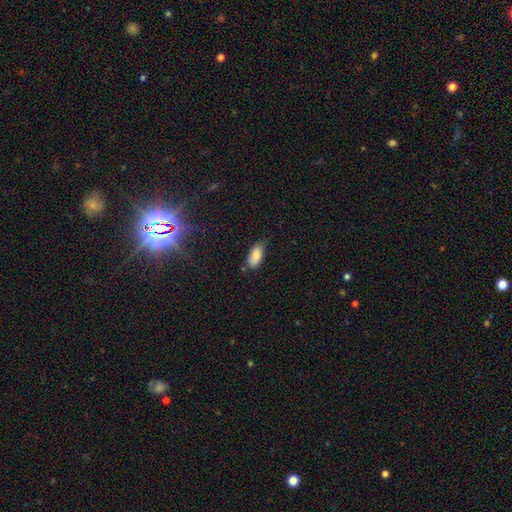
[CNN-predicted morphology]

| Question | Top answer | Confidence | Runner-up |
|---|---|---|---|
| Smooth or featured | smooth | 84% | featured or disk (8%) |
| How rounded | in between | 89% | cigar-shaped (8%) |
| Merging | none | 54% | minor disturbance (36%) |